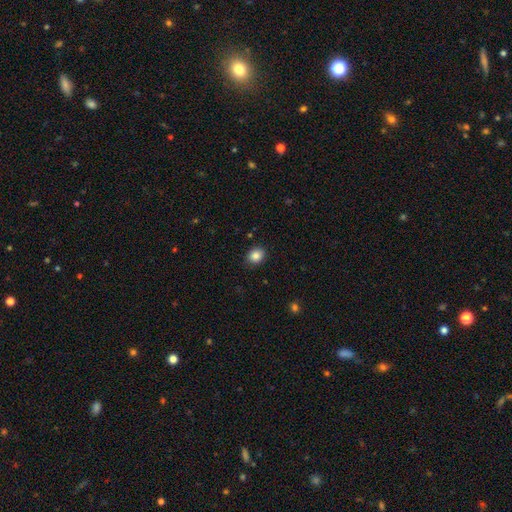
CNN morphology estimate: Smooth or featured? smooth (85%)
How rounded? round (57%)
Merging? none (88%)